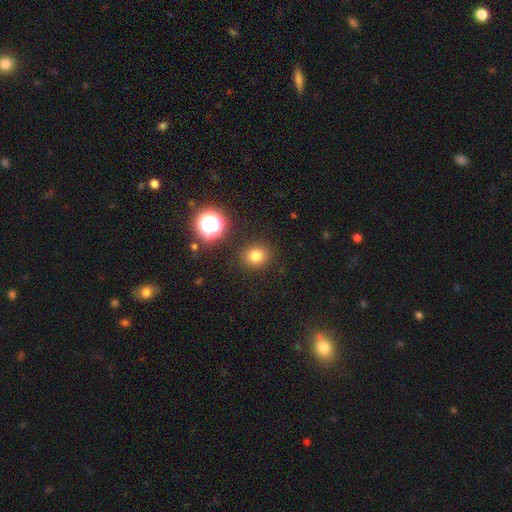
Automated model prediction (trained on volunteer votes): Smooth or featured?
  - smooth: 78% *
  - star or artifact: 16%
  - featured or disk: 6%
How rounded?
  - round: 73% *
  - in between: 26%
  - cigar-shaped: 1%
Merging?
  - none: 88% *
  - minor disturbance: 7%
  - major disturbance: 3%
  - merger: 2%